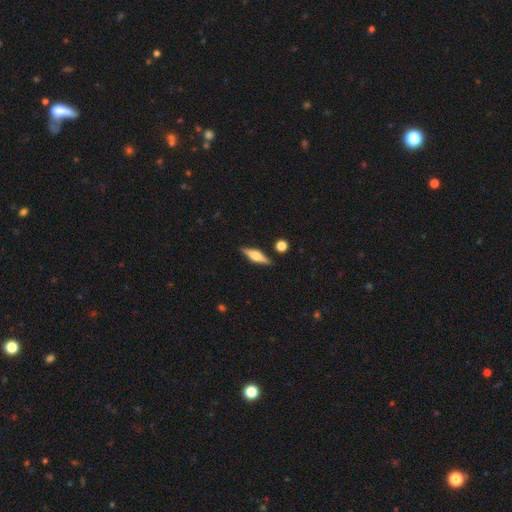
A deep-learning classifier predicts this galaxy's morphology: Overall: featured or disk (62%; smooth 31%). Edge-on disk: yes (96%). Edge-on bulge: rounded (86%). Merging: none (88%).